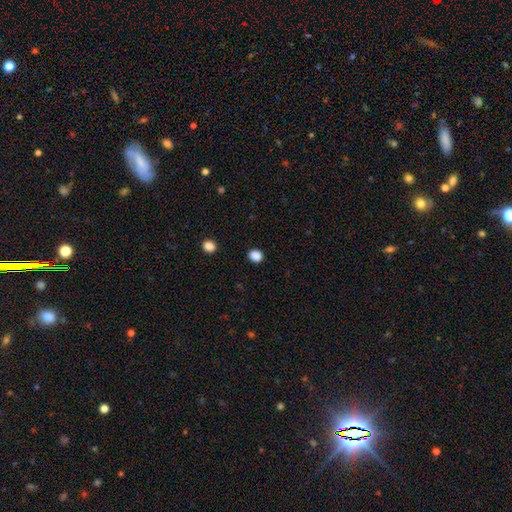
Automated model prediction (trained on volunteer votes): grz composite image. It shows a smooth galaxy with no disk features (86%) that is round (74%). Merging: none (89%).